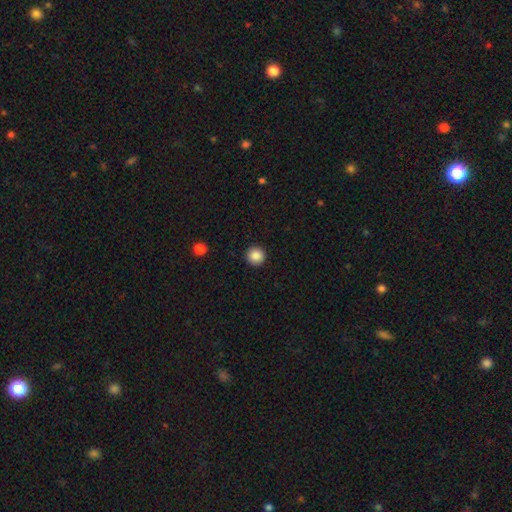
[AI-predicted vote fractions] A smooth galaxy with no disk features (87%) that is round (95%). Merging: none (93%).